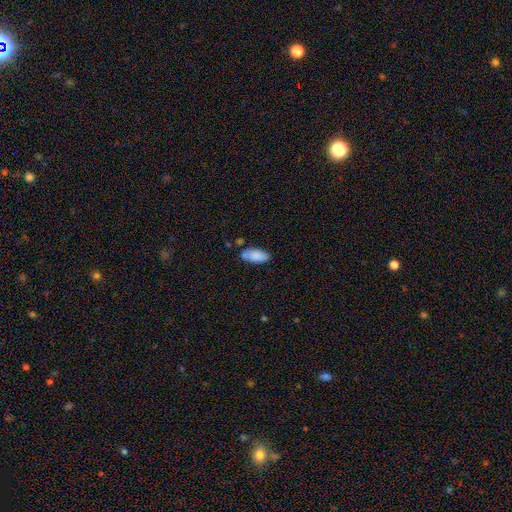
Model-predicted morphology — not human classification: The model was most divided on "merging": none: 64%, minor disturbance: 19%, merger: 12%, major disturbance: 4%. More confident: how rounded — in between (90%); smooth or featured — smooth (84%).